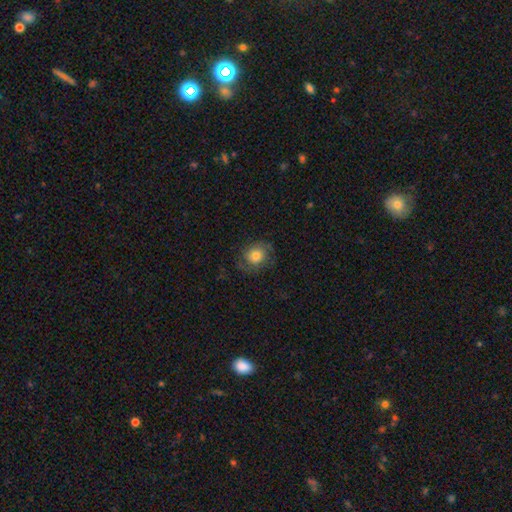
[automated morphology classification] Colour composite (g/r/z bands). It shows a smooth galaxy with no disk features (65%) that is round (77%). Merging: none (70%).